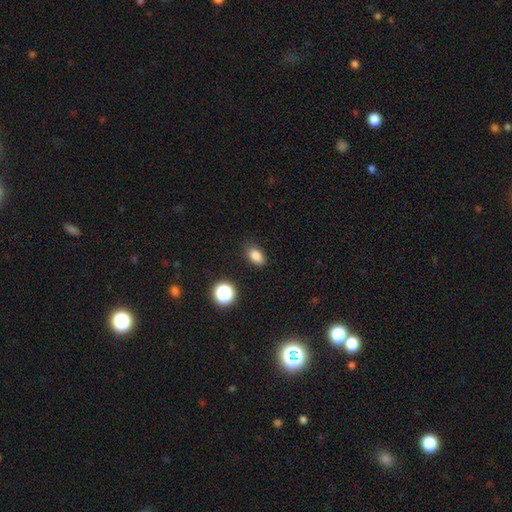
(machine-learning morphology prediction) Smooth or featured?
  - smooth: 83% *
  - star or artifact: 12%
  - featured or disk: 5%
How rounded?
  - in between: 82% *
  - round: 16%
  - cigar-shaped: 2%
Merging?
  - none: 84% *
  - minor disturbance: 11%
  - major disturbance: 3%
  - merger: 1%